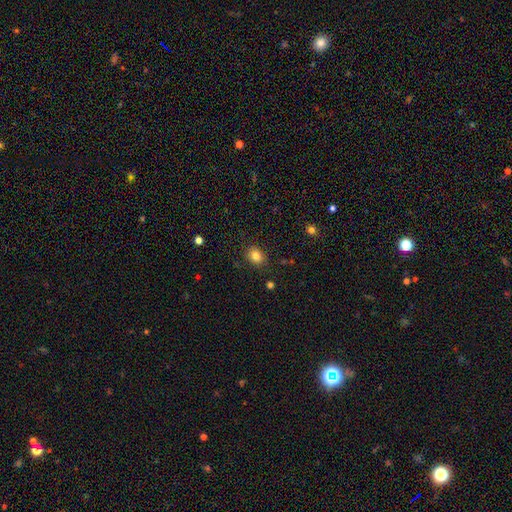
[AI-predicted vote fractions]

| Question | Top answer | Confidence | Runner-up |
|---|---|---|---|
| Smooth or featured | smooth | 82% | star or artifact (11%) |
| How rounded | round | 53% | in between (46%) |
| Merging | none | 86% | minor disturbance (10%) |